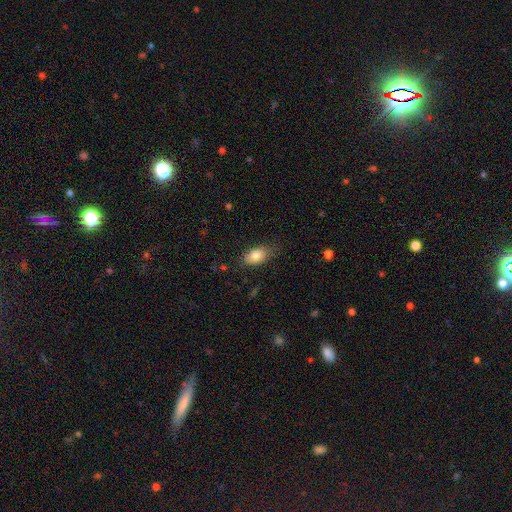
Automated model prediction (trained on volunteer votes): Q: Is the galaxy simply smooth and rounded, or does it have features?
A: smooth — 81%.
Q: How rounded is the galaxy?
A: in between — 89%.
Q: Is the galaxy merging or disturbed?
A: none — 75%.